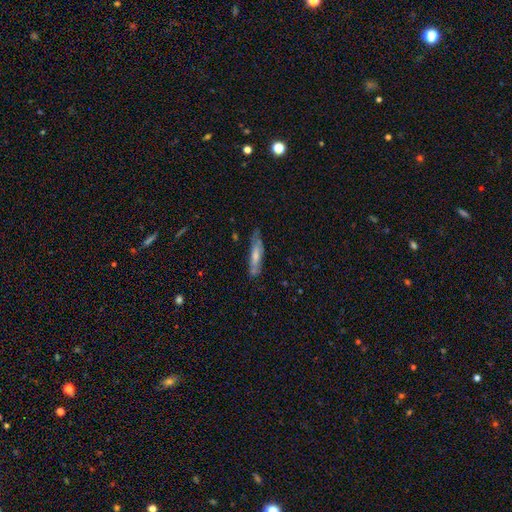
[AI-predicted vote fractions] Overall: smooth (56%; featured or disk 38%). How rounded: cigar-shaped (80%). Merging: none (65%; minor disturbance 25%).